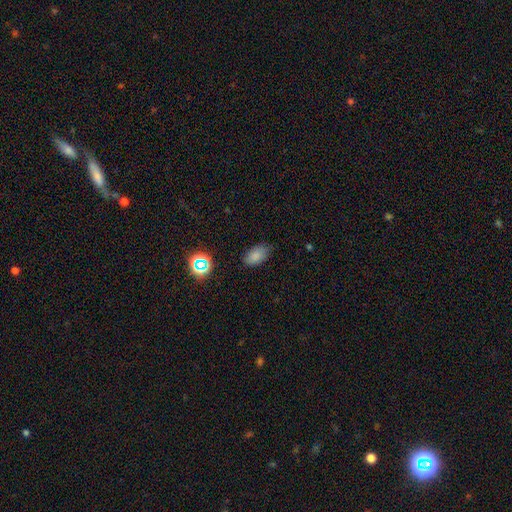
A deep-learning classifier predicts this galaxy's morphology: The model was most divided on "merging": none: 79%, minor disturbance: 16%, major disturbance: 3%, merger: 1%. More confident: how rounded — in between (91%); smooth or featured — smooth (80%).